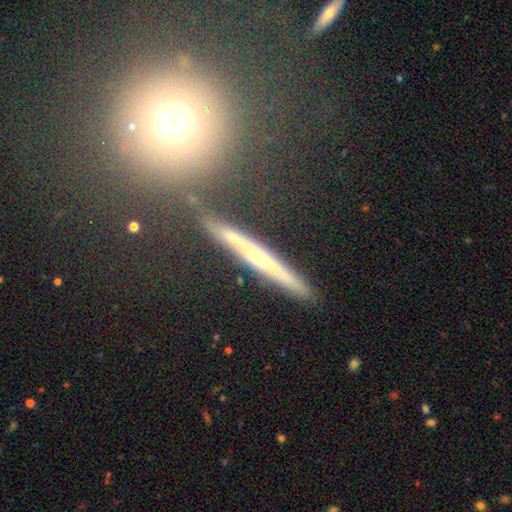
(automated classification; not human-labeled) Smooth or featured?
  - featured or disk: 52% *
  - smooth: 36%
  - star or artifact: 11%
Edge-on disk?
  - yes: 92% *
  - no: 8%
Merging?
  - none: 81% *
  - minor disturbance: 11%
  - merger: 5%
  - major disturbance: 3%